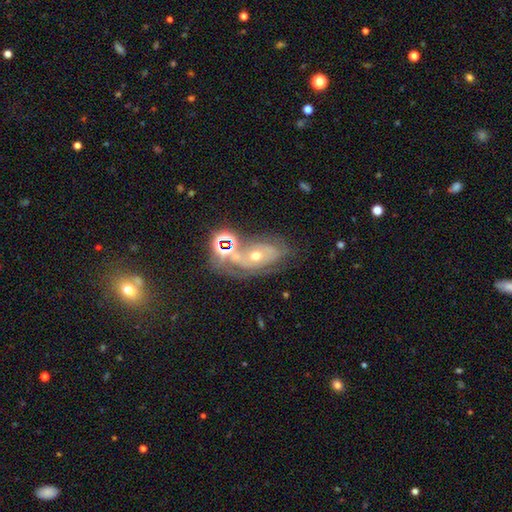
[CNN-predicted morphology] Smooth or featured: featured or disk — 57% (star or artifact — 25%)
Edge-on disk: no — 93% (yes — 7%)
Bar: no — 78% (weak — 16%)
Spiral arms: yes — 66% (no — 34%)
Bulge size: moderate — 66% (small — 26%)
Merging: none — 43% (minor disturbance — 20%)